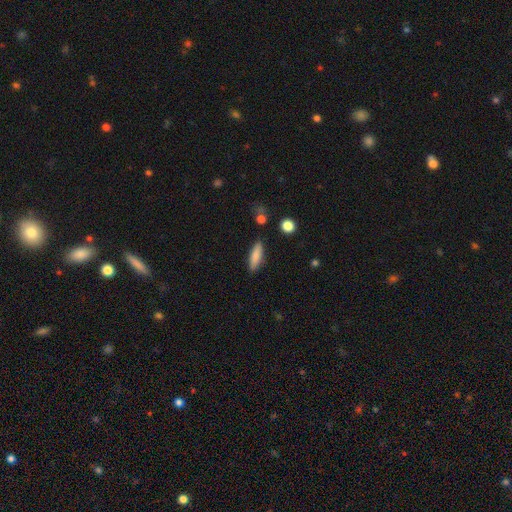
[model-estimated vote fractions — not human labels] smooth_or_featured: smooth (p=0.83) [alt: featured or disk p=0.11]
how_rounded: cigar-shaped (p=0.60) [alt: in between p=0.38]
merging: none (p=0.86) [alt: minor disturbance p=0.09]